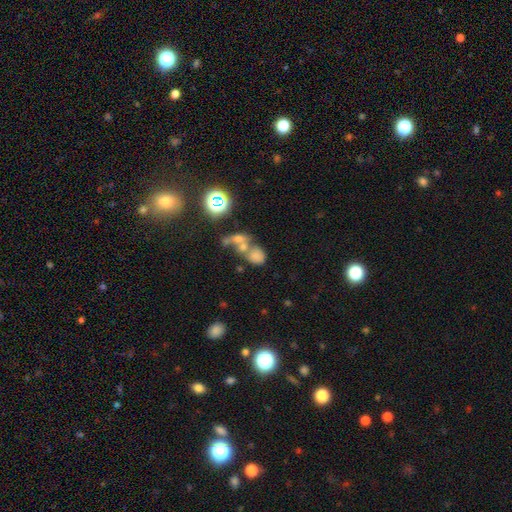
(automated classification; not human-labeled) Smooth or featured: smooth — 64% (star or artifact — 18%)
How rounded: in between — 51% (round — 47%)
Merging: merger — 61% (none — 23%)